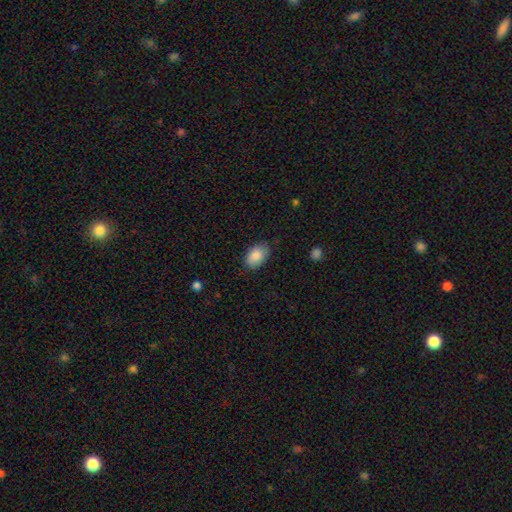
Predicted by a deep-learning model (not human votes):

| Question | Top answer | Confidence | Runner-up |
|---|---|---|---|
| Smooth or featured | smooth | 87% | star or artifact (7%) |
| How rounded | in between | 89% | round (9%) |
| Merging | none | 79% | minor disturbance (17%) |